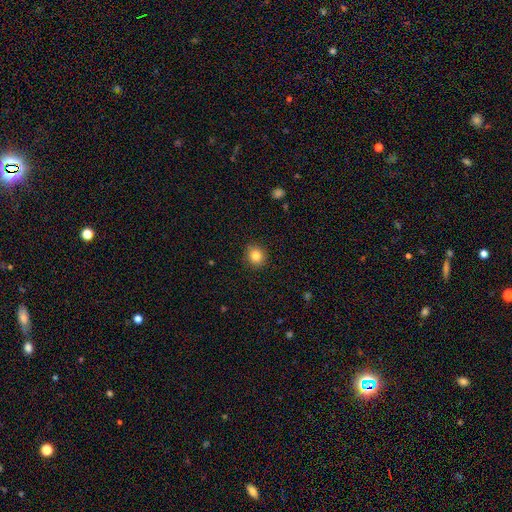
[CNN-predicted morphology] Q: Smooth or featured?
A: smooth (84%); runner-up: star or artifact (10%)
Q: How rounded?
A: round (85%); runner-up: in between (14%)
Q: Merging?
A: none (90%); runner-up: minor disturbance (7%)